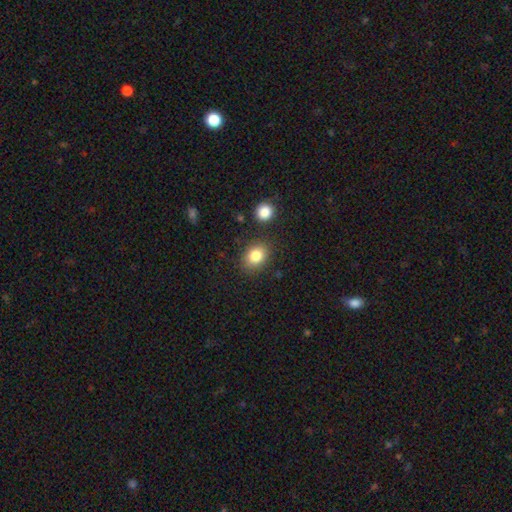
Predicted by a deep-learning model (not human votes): smooth_or_featured: smooth (p=0.83) [alt: star or artifact p=0.09]
how_rounded: in between (p=0.60) [alt: round p=0.39]
merging: none (p=0.81) [alt: minor disturbance p=0.11]